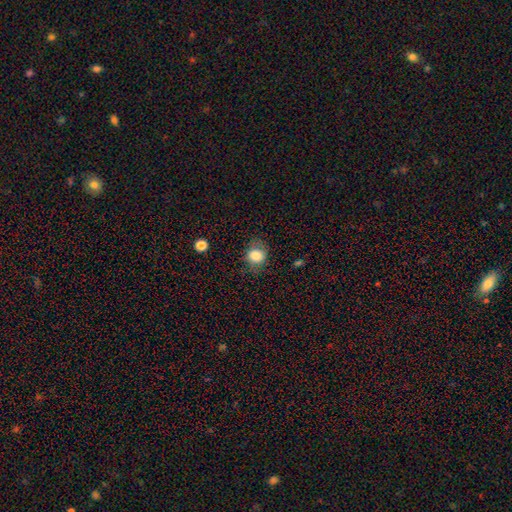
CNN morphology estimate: Smooth or featured? smooth (82%)
How rounded? round (64%)
Merging? none (70%)